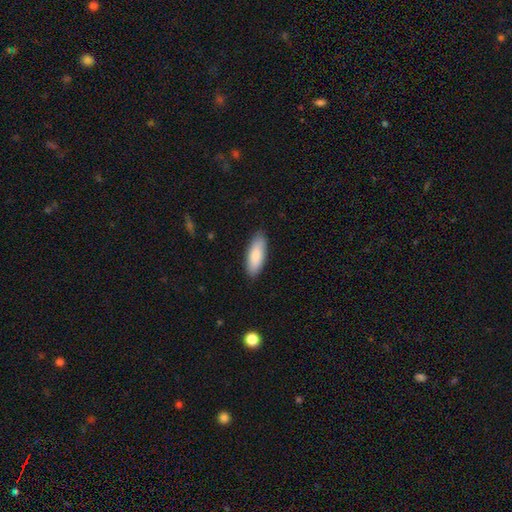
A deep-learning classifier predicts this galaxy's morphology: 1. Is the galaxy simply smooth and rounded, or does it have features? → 86% smooth, 9% featured or disk, 5% star or artifact.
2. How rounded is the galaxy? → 68% in between, 30% cigar-shaped, 2% round.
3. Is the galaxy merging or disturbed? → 87% none, 10% minor disturbance, 2% major disturbance, 1% merger.